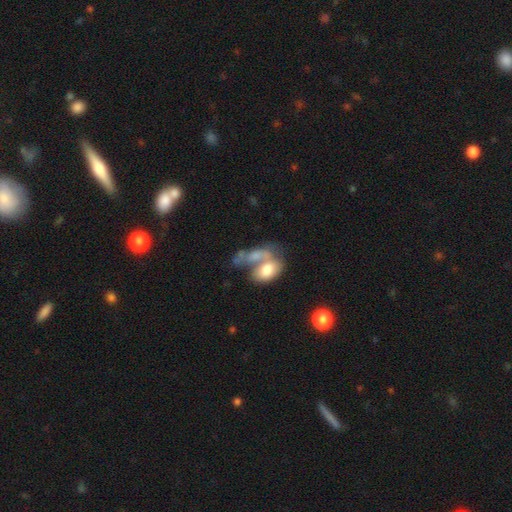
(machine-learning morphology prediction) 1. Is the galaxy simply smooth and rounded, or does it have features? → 60% smooth, 31% featured or disk, 9% star or artifact.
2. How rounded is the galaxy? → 84% in between, 12% round, 4% cigar-shaped.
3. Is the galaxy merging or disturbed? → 58% merger, 18% major disturbance, 15% none, 9% minor disturbance.